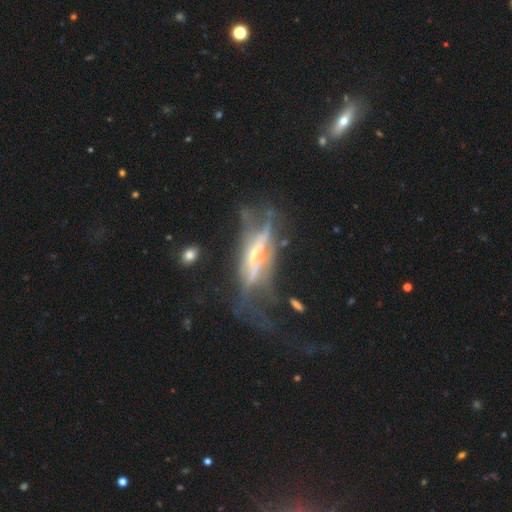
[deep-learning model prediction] Smooth or featured? Predicted: featured or disk (p=0.73). Edge-on disk? Predicted: yes (p=0.61). Merging? Predicted: major disturbance (p=0.42).